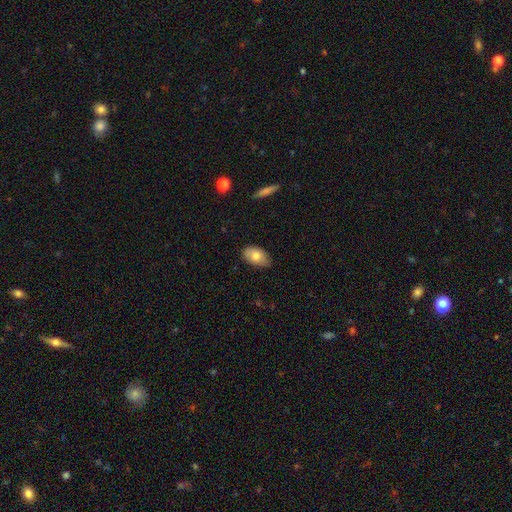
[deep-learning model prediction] Smooth or featured? Predicted: smooth (p=0.79). How rounded? Predicted: in between (p=0.92). Merging? Predicted: none (p=0.76).